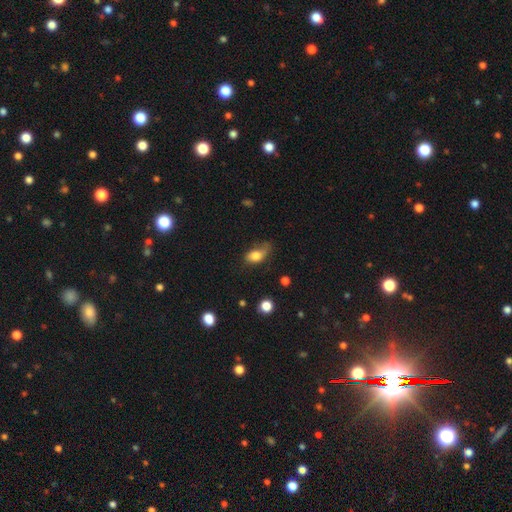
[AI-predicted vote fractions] This appears to be a smooth galaxy with no disk features (78%) that is in between round and cigar-shaped (84%). Merging: none (38%, tied with minor disturbance).